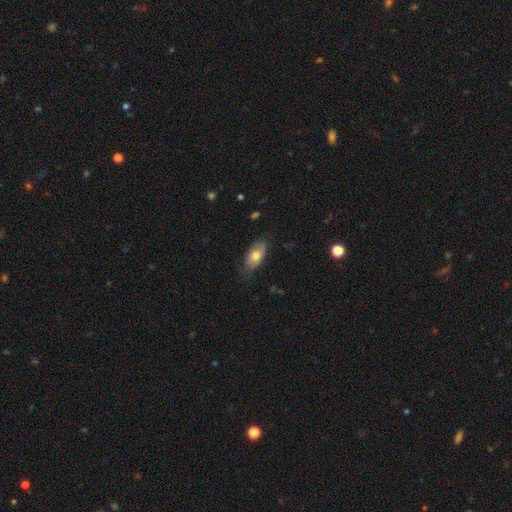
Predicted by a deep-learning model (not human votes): Smooth or featured?
  - smooth: 71% *
  - featured or disk: 23%
  - star or artifact: 7%
How rounded?
  - in between: 90% *
  - cigar-shaped: 5%
  - round: 5%
Merging?
  - none: 70% *
  - minor disturbance: 24%
  - major disturbance: 5%
  - merger: 1%